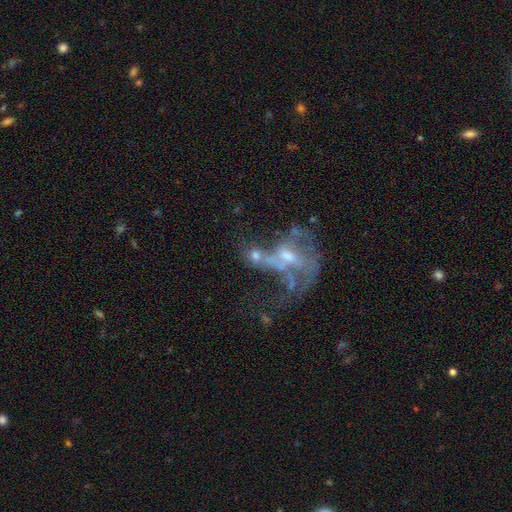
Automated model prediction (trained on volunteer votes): This is possibly a featured or disk galaxy (48%). Merging: marginally merger (44%).